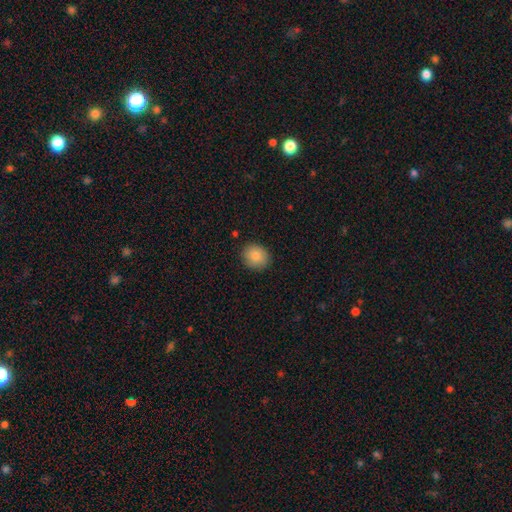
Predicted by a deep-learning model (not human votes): Smooth or featured? Predicted: smooth (p=0.85). How rounded? Predicted: round (p=0.73). Merging? Predicted: none (p=0.88).